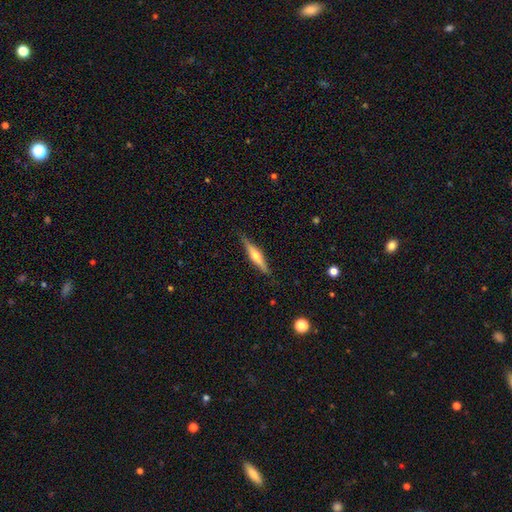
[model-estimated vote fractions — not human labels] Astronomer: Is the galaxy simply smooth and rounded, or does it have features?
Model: featured or disk — 61%.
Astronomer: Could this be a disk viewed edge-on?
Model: yes — 96%.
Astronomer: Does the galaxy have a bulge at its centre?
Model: rounded — 90%.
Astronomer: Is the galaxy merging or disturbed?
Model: none — 86%.